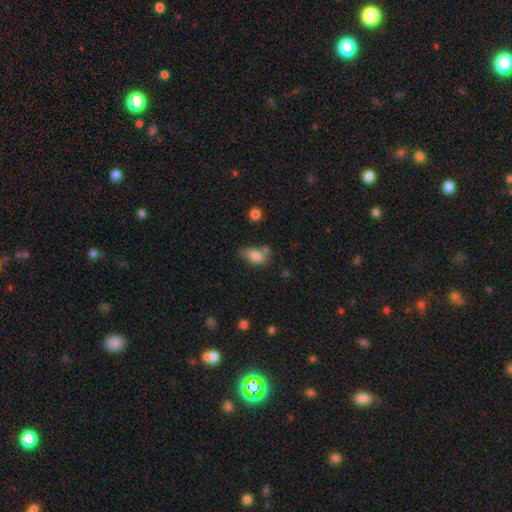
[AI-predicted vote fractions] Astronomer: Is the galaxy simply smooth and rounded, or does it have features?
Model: smooth — 82%.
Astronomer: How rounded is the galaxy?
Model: in between — 87%.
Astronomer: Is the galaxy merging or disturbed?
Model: none — 50%.